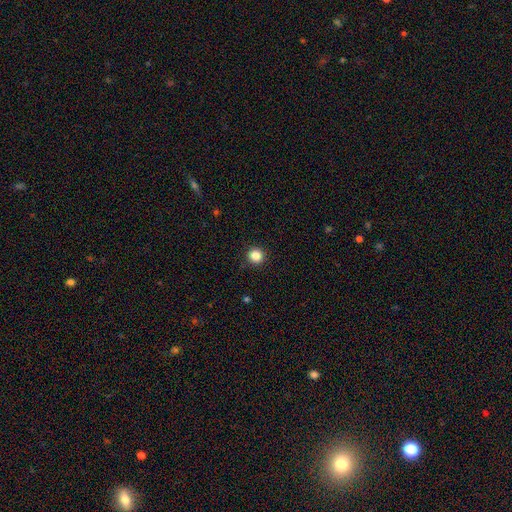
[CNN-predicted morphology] smooth-or-featured: smooth: 85% | star or artifact: 11% | featured or disk: 4%
  how-rounded: round: 94% | in between: 5% | cigar-shaped: 1%
  merging: none: 92% | minor disturbance: 5% | major disturbance: 2% | merger: 1%